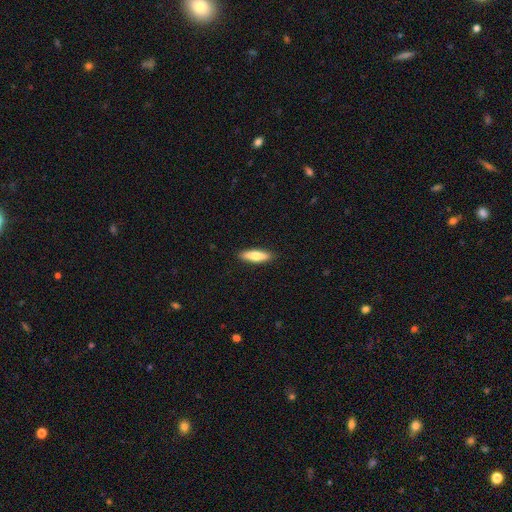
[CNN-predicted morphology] smooth_or_featured: smooth (p=0.75) [alt: featured or disk p=0.19]
how_rounded: cigar-shaped (p=0.61) [alt: in between p=0.37]
merging: none (p=0.90) [alt: minor disturbance p=0.08]